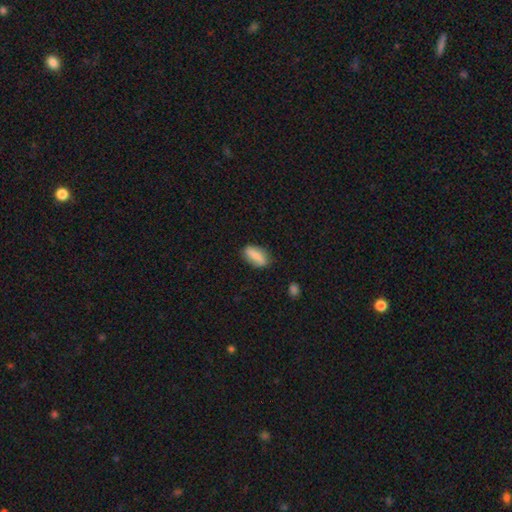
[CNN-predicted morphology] Smooth or featured? Predicted: smooth (p=0.77). How rounded? Predicted: in between (p=0.82). Merging? Predicted: none (p=0.77).